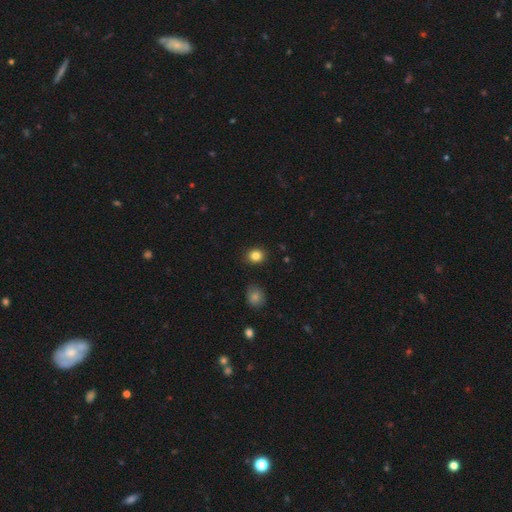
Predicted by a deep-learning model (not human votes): Smooth or featured? smooth (84%)
How rounded? round (75%)
Merging? none (89%)